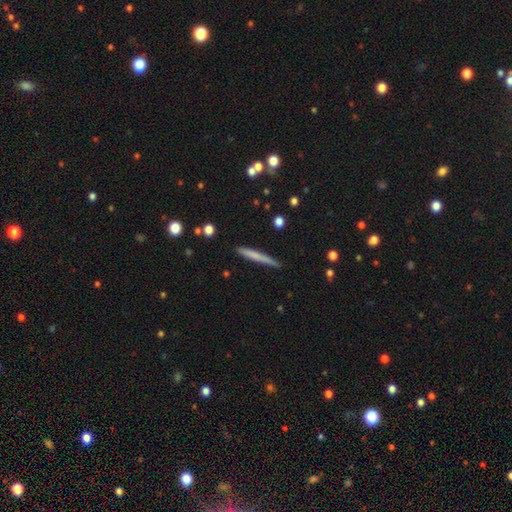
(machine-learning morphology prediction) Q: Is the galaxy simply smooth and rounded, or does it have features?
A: smooth — 63%.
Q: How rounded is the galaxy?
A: cigar-shaped — 96%.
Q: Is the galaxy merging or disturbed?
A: none — 86%.